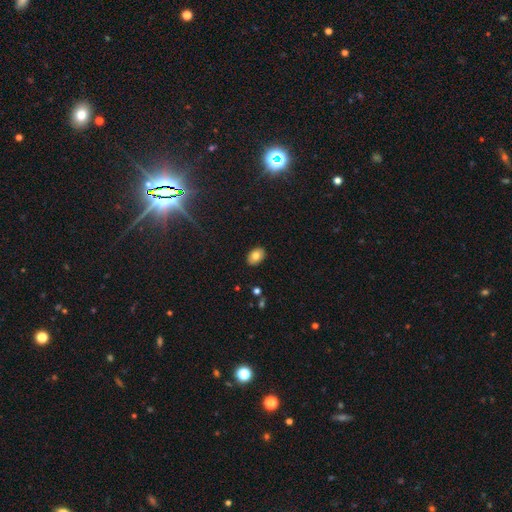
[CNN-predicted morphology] This is likely a smooth galaxy (79%). How rounded: clearly in between (86%). Merging: clearly none (89%).